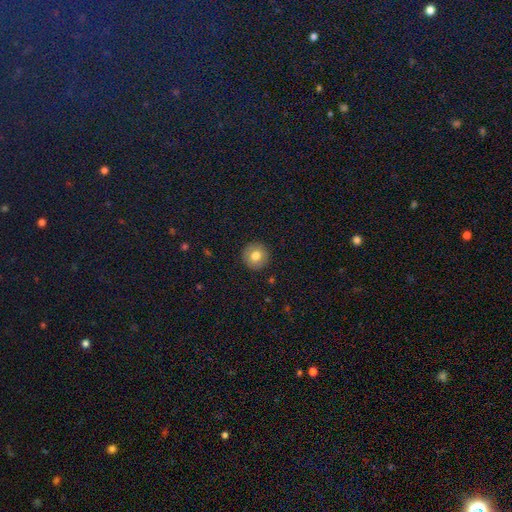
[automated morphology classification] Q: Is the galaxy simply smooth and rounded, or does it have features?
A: smooth — 78%.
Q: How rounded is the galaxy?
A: round — 95%.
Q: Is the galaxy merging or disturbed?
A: none — 92%.